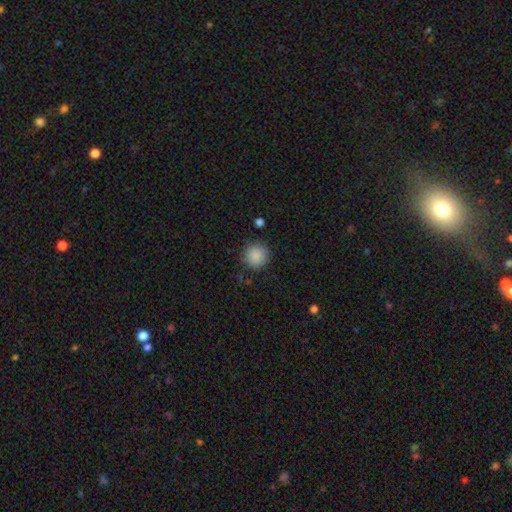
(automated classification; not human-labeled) This appears to be a smooth galaxy with no disk features (88%) that is round (93%). Merging: none (87%).